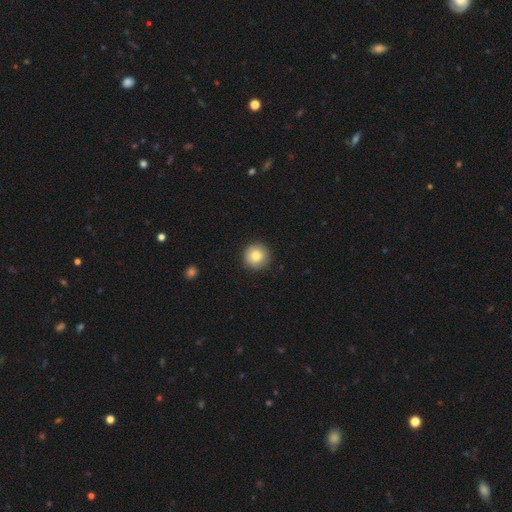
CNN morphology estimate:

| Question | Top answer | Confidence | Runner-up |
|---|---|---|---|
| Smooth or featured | smooth | 82% | featured or disk (9%) |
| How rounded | round | 96% | in between (3%) |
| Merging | none | 91% | minor disturbance (7%) |